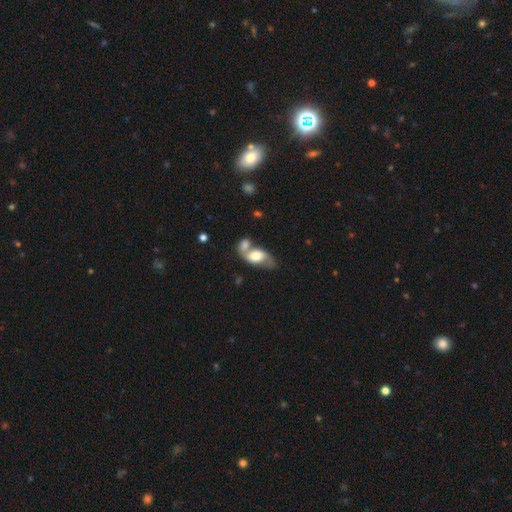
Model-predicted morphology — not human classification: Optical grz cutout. It shows a smooth galaxy with no disk features (51%) that is in between round and cigar-shaped (87%). Merging: merger (52%).